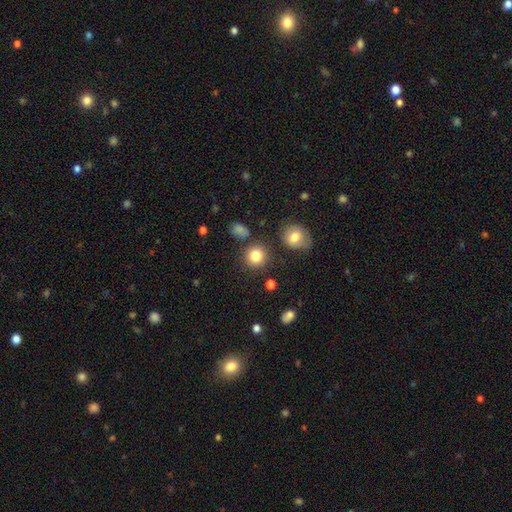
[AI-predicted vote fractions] smooth_or_featured: smooth (p=0.82) [alt: star or artifact p=0.12]
how_rounded: round (p=0.89) [alt: in between p=0.10]
merging: none (p=0.83) [alt: minor disturbance p=0.09]